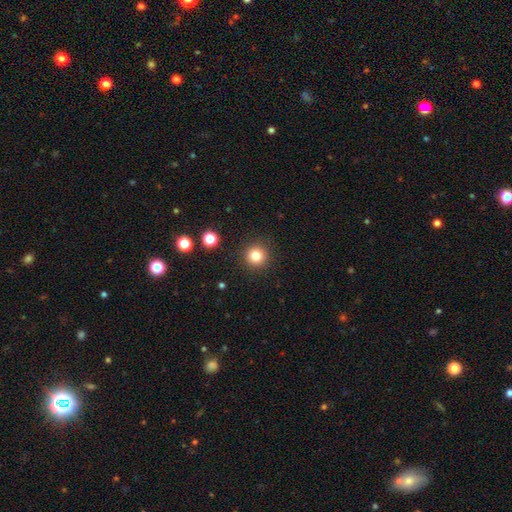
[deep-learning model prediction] smooth_or_featured: smooth (p=0.81) [alt: star or artifact p=0.12]
how_rounded: round (p=0.95) [alt: in between p=0.04]
merging: none (p=0.91) [alt: minor disturbance p=0.06]